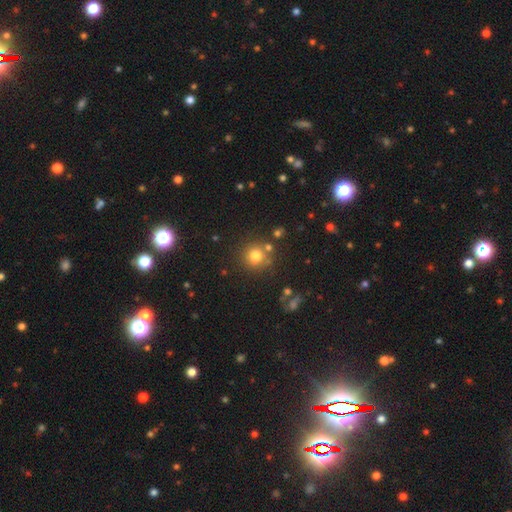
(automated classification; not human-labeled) smooth_or_featured: smooth (p=0.77) [alt: star or artifact p=0.15]
how_rounded: round (p=0.92) [alt: in between p=0.07]
merging: none (p=0.77) [alt: merger p=0.10]